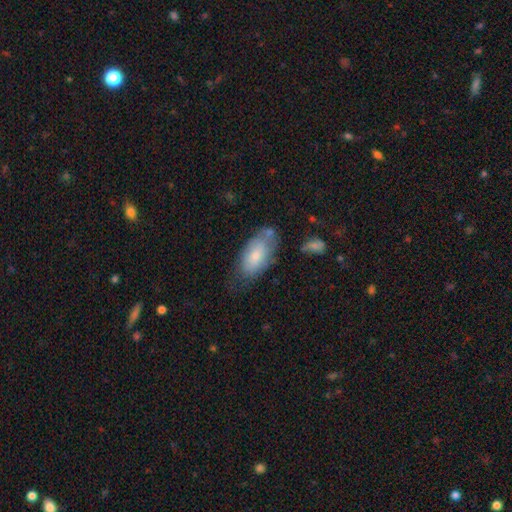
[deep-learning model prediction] Smooth or featured? Predicted: smooth (p=0.72). How rounded? Predicted: in between (p=0.93). Merging? Predicted: none (p=0.53).